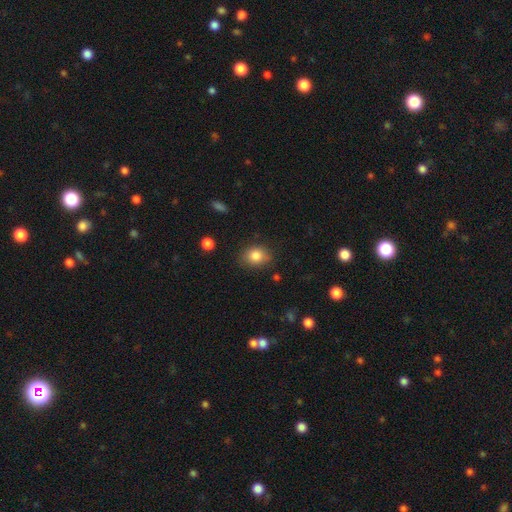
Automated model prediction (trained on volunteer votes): Smooth or featured?
  - smooth: 84% *
  - star or artifact: 9%
  - featured or disk: 7%
How rounded?
  - in between: 53% *
  - round: 45%
  - cigar-shaped: 1%
Merging?
  - none: 82% *
  - minor disturbance: 13%
  - major disturbance: 3%
  - merger: 1%